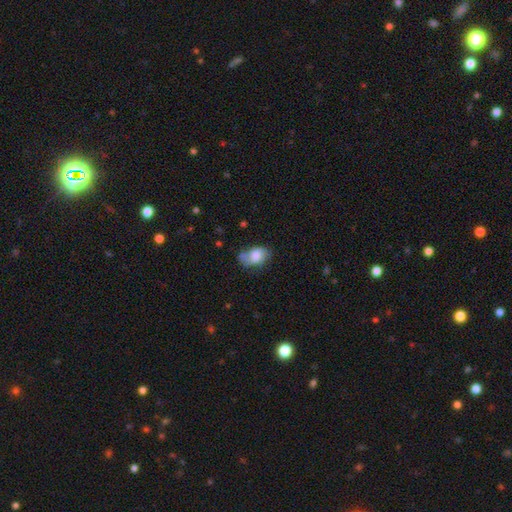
smooth-or-featured: smooth: 76% | featured or disk: 21% | star or artifact: 3%
  how-rounded: in between: 69% | round: 31% | cigar-shaped: 0%
  merging: minor disturbance: 35% | none: 27% | merger: 22% | major disturbance: 16%